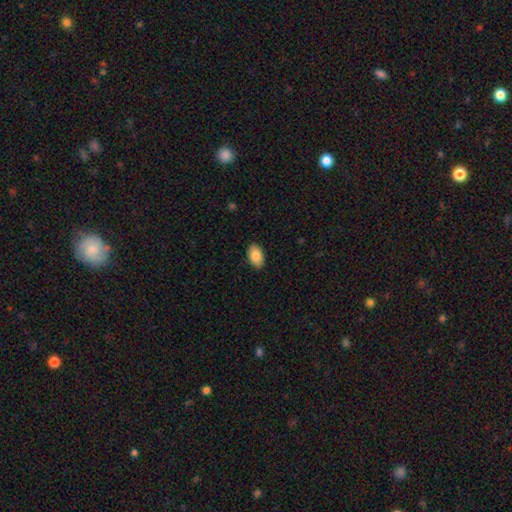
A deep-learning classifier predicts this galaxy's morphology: smooth_or_featured: smooth (p=0.86) [alt: featured or disk p=0.08]
how_rounded: in between (p=0.93) [alt: round p=0.05]
merging: none (p=0.89) [alt: minor disturbance p=0.09]